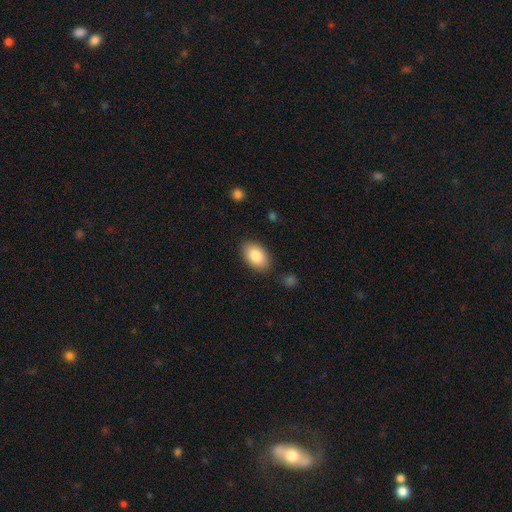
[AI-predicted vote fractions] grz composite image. It shows a smooth galaxy with no disk features (85%) that is in between round and cigar-shaped (92%). Merging: none (85%).